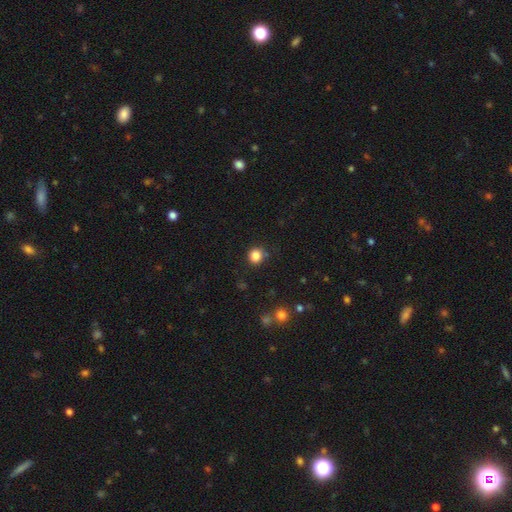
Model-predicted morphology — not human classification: smooth_or_featured: smooth (p=0.84) [alt: star or artifact p=0.12]
how_rounded: round (p=0.87) [alt: in between p=0.12]
merging: none (p=0.83) [alt: minor disturbance p=0.11]